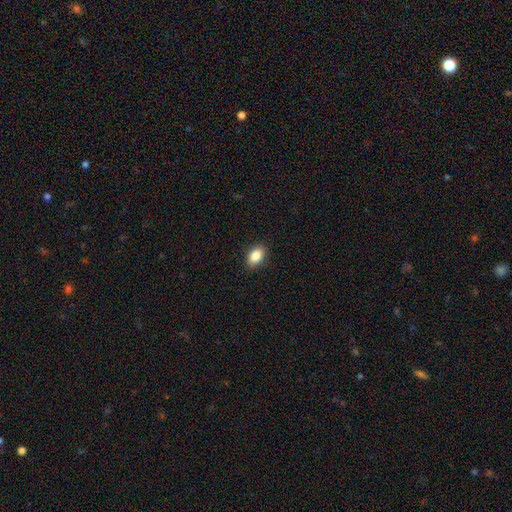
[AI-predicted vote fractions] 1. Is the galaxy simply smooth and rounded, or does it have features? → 86% smooth, 8% star or artifact, 6% featured or disk.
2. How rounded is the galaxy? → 87% in between, 12% round, 2% cigar-shaped.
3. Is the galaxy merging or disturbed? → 88% none, 9% minor disturbance, 2% major disturbance, 1% merger.